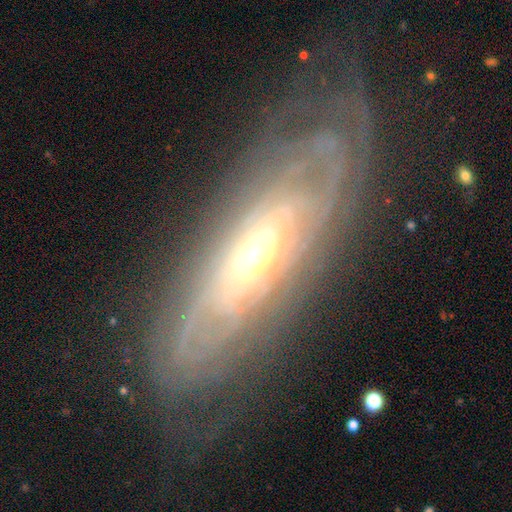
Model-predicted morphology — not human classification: This is clearly a featured or disk galaxy (82%). It is likely not viewed edge-on (74%). Bar: likely no (72%). Spiral arm pattern: likely yes (77%). Central bulge: likely moderate (63%). Merging: likely none (73%).